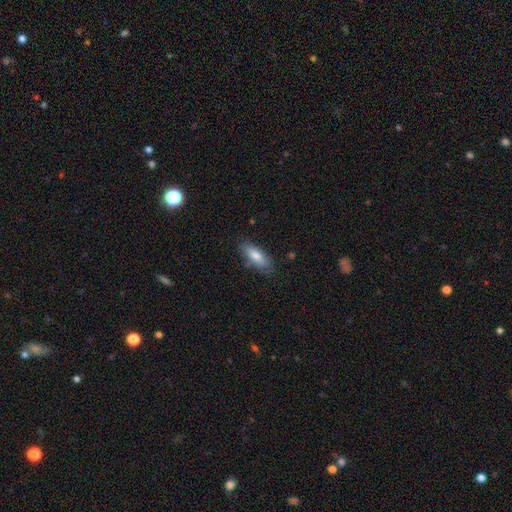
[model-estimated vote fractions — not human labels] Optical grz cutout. It shows a smooth galaxy with no disk features (76%) that is in between round and cigar-shaped (67%). Merging: none (80%).